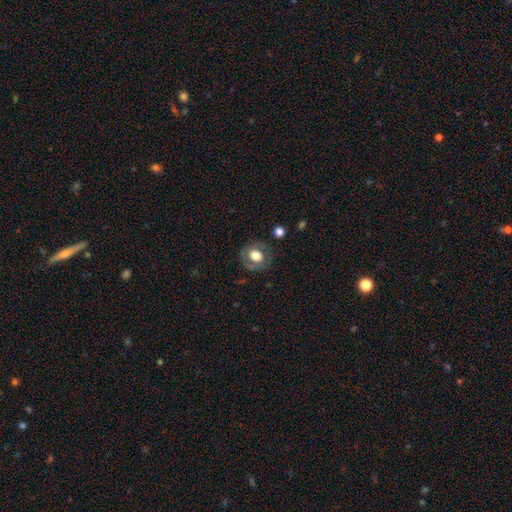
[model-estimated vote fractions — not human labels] Smooth or featured? Predicted: smooth (p=0.56). How rounded? Predicted: round (p=0.70). Merging? Predicted: none (p=0.75).